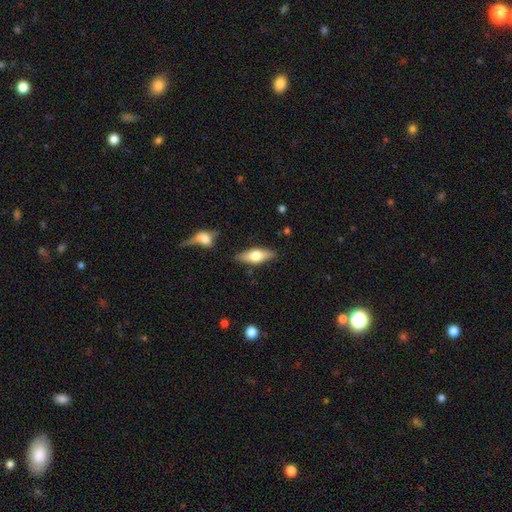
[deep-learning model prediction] A smooth galaxy with no disk features (55%) that is in between round and cigar-shaped (61%).

Vote fractions:
- Smooth or featured? smooth: 55% / featured or disk: 39% / star or artifact: 6%
- How rounded? in between: 61% / cigar-shaped: 36% / round: 3%
- Merging? none: 84% / minor disturbance: 10% / merger: 3% / major disturbance: 3%